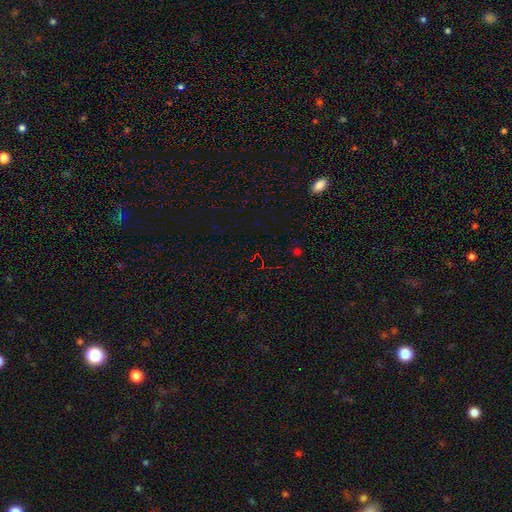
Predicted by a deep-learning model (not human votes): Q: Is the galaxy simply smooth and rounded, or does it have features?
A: star or artifact — 75%.